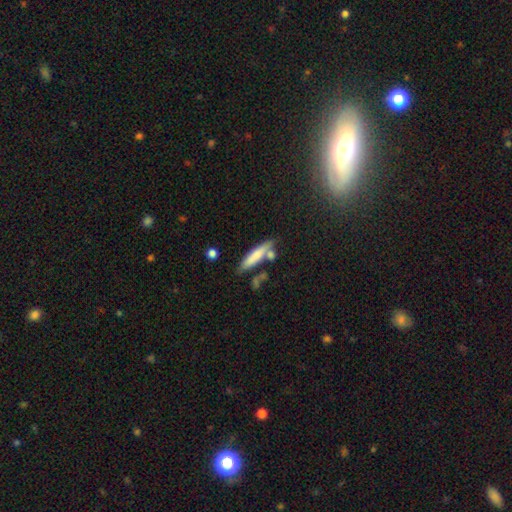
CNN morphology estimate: Q: Smooth or featured?
A: smooth (68%); runner-up: featured or disk (26%)
Q: How rounded?
A: cigar-shaped (79%); runner-up: in between (19%)
Q: Merging?
A: none (59%); runner-up: merger (19%)